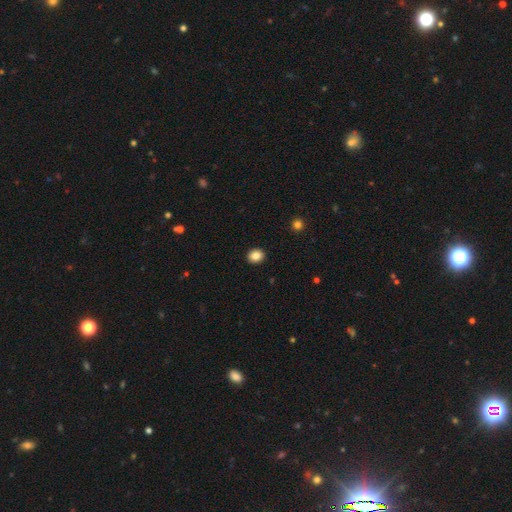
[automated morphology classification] Smooth or featured? Predicted: smooth (p=0.86). How rounded? Predicted: round (p=0.62). Merging? Predicted: none (p=0.92).